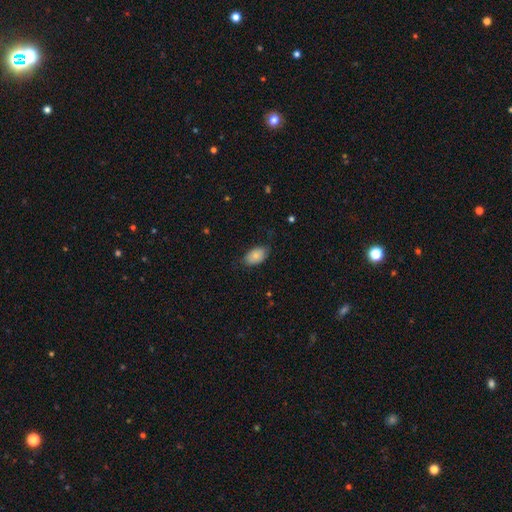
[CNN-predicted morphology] A smooth galaxy with no disk features (79%) that is in between round and cigar-shaped (91%).

Vote fractions:
- Smooth or featured? smooth: 79% / featured or disk: 14% / star or artifact: 7%
- How rounded? in between: 91% / round: 7% / cigar-shaped: 2%
- Merging? none: 68% / minor disturbance: 25% / major disturbance: 6% / merger: 1%